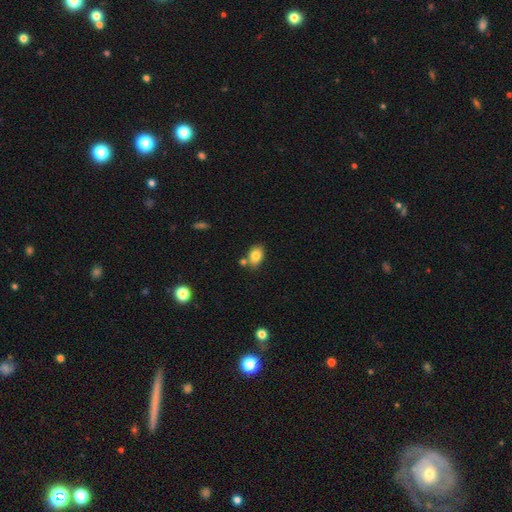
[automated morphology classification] smooth_or_featured: smooth (p=0.81) [alt: featured or disk p=0.10]
how_rounded: in between (p=0.81) [alt: round p=0.17]
merging: none (p=0.71) [alt: minor disturbance p=0.13]